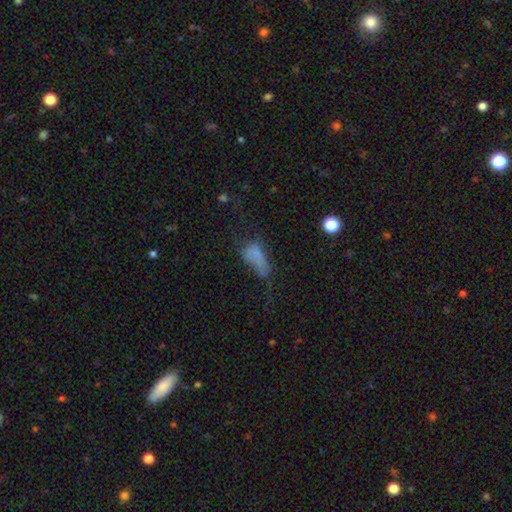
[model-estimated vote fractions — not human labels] The model was most divided on "merging": major disturbance: 43%, none: 23%, minor disturbance: 21%, merger: 13%. More confident: how rounded — in between (81%); smooth or featured — smooth (60%).